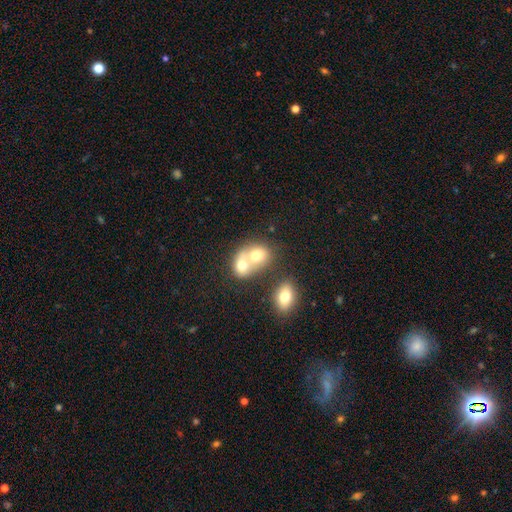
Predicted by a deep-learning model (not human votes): This appears to be a smooth galaxy with no disk features (68%) that is round (55%). Merging: merger (71%).